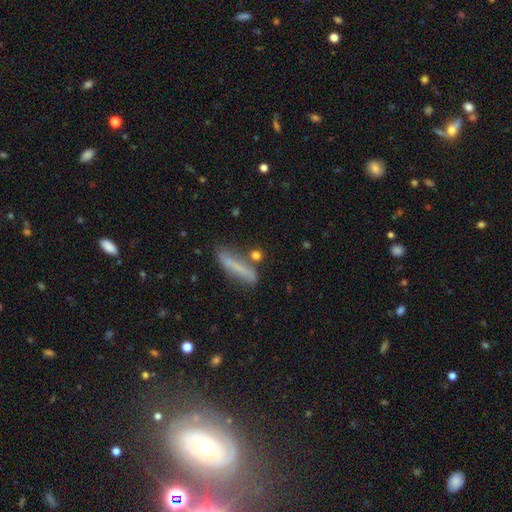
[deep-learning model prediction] Smooth or featured? Predicted: smooth (p=0.71). How rounded? Predicted: cigar-shaped (p=0.44). Merging? Predicted: none (p=0.60).